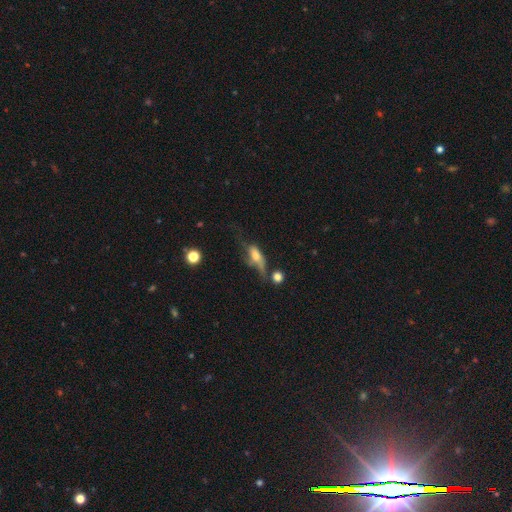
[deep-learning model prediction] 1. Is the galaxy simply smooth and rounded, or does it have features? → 49% smooth, 40% featured or disk, 11% star or artifact.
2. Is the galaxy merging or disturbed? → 38% major disturbance, 25% none, 22% minor disturbance, 15% merger.